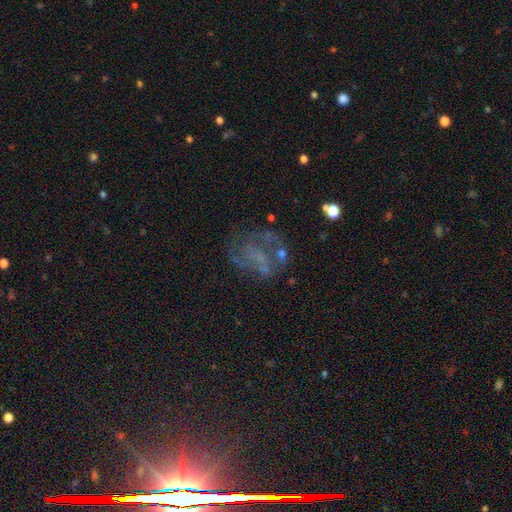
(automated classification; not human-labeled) This is likely a featured or disk galaxy (64%). It is clearly not viewed edge-on (98%). Bar: likely no (73%). Spiral arm pattern: possibly yes (53%). Central bulge: likely none (69%). Merging: possibly none (47%).